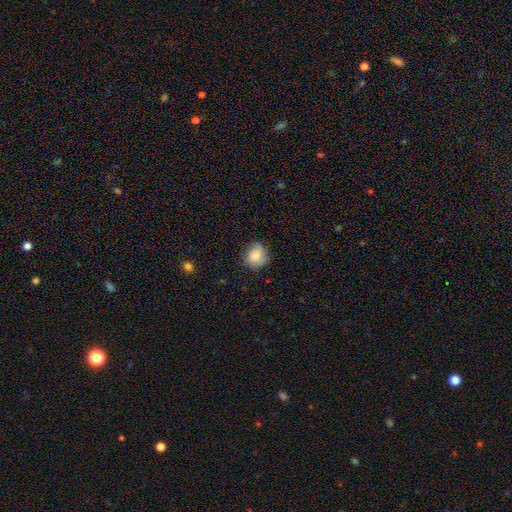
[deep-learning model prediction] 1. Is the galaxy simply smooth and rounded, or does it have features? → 81% smooth, 11% featured or disk, 8% star or artifact.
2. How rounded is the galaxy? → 72% round, 27% in between, 1% cigar-shaped.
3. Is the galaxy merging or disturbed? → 71% none, 23% minor disturbance, 5% major disturbance, 1% merger.